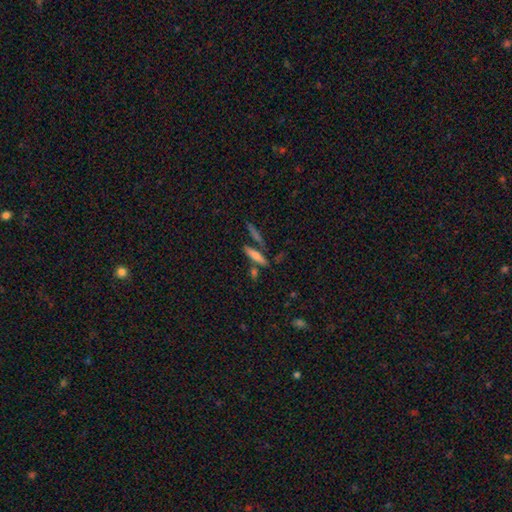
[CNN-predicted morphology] smooth_or_featured: smooth (p=0.59) [alt: featured or disk p=0.32]
how_rounded: cigar-shaped (p=0.79) [alt: in between p=0.18]
merging: none (p=0.68) [alt: merger p=0.16]